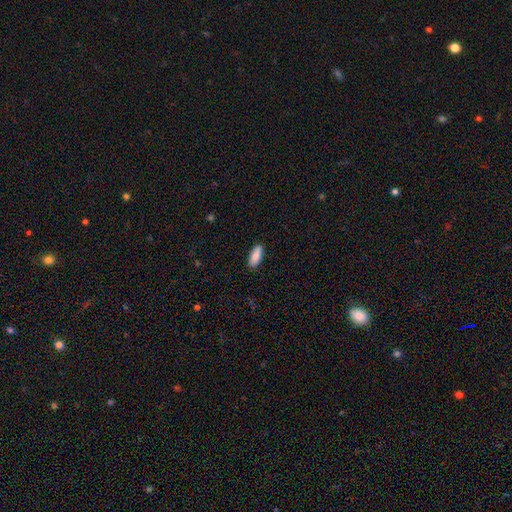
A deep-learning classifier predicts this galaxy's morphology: type=smooth (88%); roundness=in between (77%); merging=none (87%).